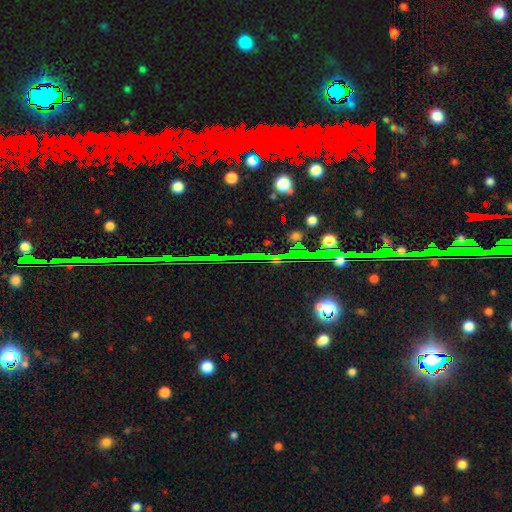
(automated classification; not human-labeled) Smooth or featured? star or artifact (71%)